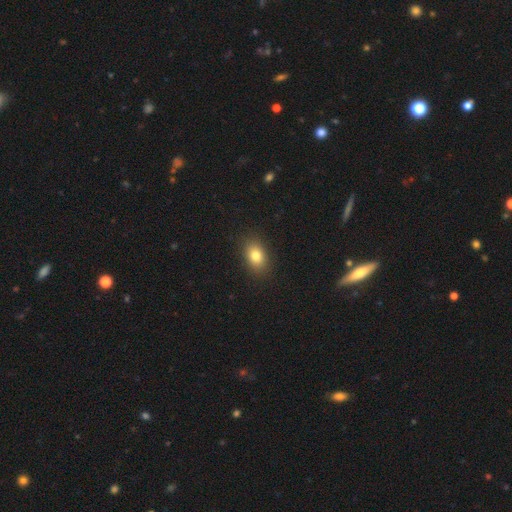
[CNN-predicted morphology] Smooth or featured?
  - smooth: 80% *
  - star or artifact: 11%
  - featured or disk: 10%
How rounded?
  - in between: 77% *
  - round: 21%
  - cigar-shaped: 2%
Merging?
  - none: 89% *
  - minor disturbance: 8%
  - major disturbance: 2%
  - merger: 1%